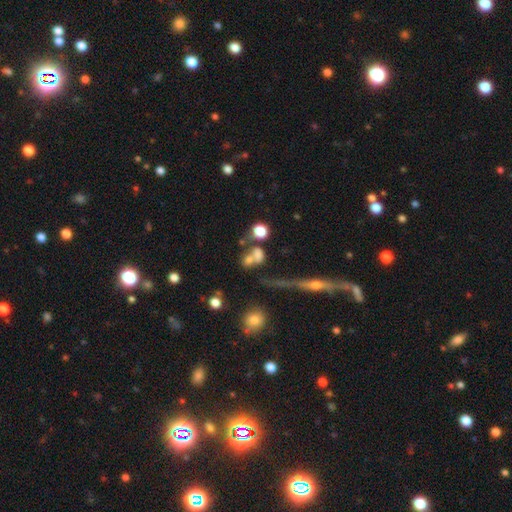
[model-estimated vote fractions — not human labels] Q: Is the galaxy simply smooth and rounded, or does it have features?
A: smooth — 65%.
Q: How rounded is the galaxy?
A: round — 52%.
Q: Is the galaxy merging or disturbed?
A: merger — 49%.